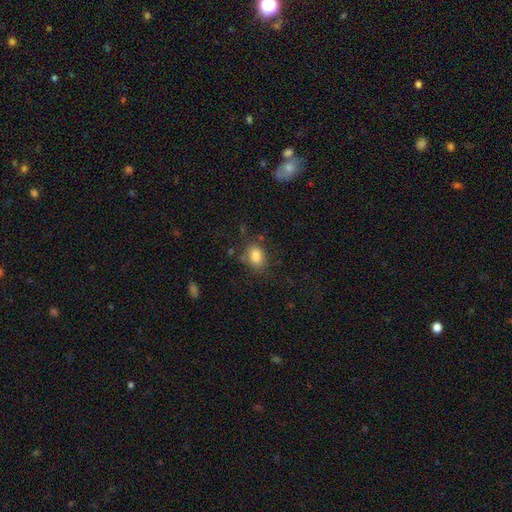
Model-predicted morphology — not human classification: Smooth or featured? smooth (83%)
How rounded? in between (71%)
Merging? none (74%)